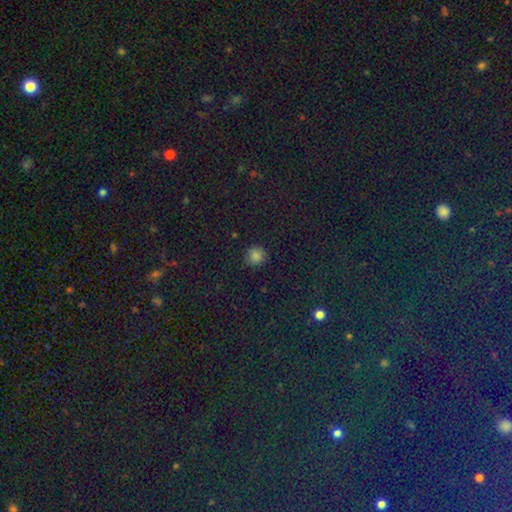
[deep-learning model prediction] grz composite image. It shows a smooth galaxy with no disk features (79%) that is round (90%). Merging: none (87%).